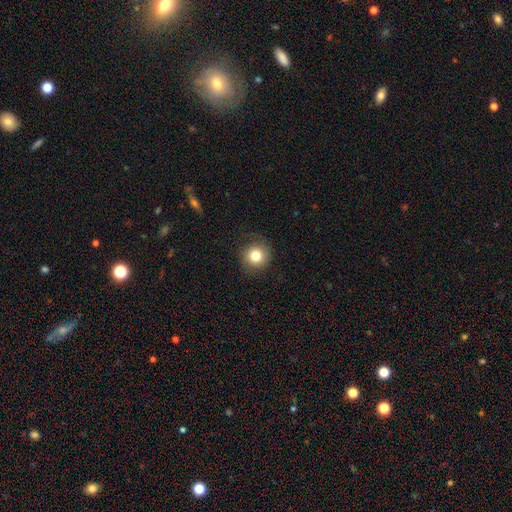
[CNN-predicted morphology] type=smooth (79%); roundness=round (92%); merging=none (84%).